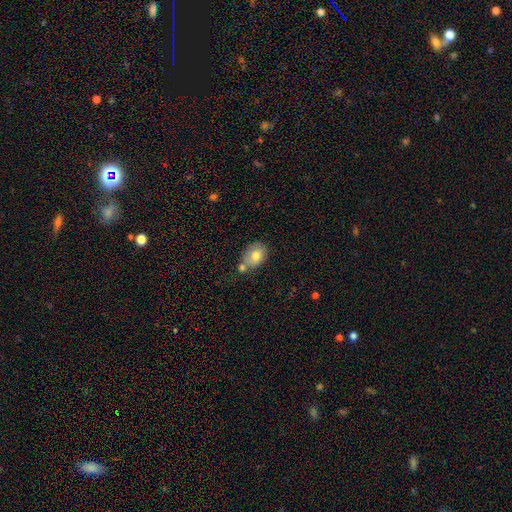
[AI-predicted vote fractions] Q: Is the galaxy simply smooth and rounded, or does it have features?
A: smooth — 75%.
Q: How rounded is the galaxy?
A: in between — 70%.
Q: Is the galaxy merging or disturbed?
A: none — 43%.